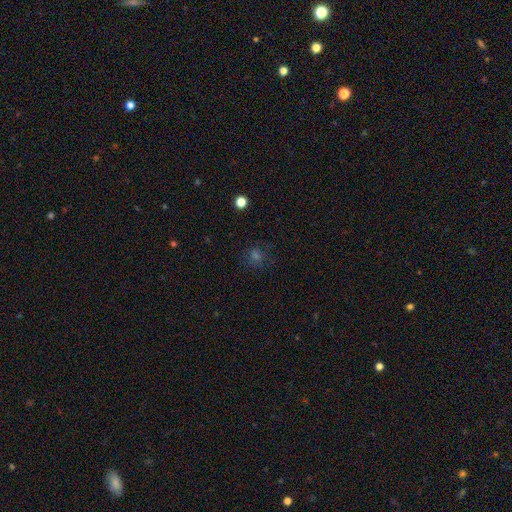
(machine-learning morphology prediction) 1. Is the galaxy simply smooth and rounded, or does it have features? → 51% smooth, 35% star or artifact, 14% featured or disk.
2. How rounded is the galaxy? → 88% round, 11% in between, 1% cigar-shaped.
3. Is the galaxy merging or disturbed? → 81% none, 11% minor disturbance, 6% major disturbance, 2% merger.